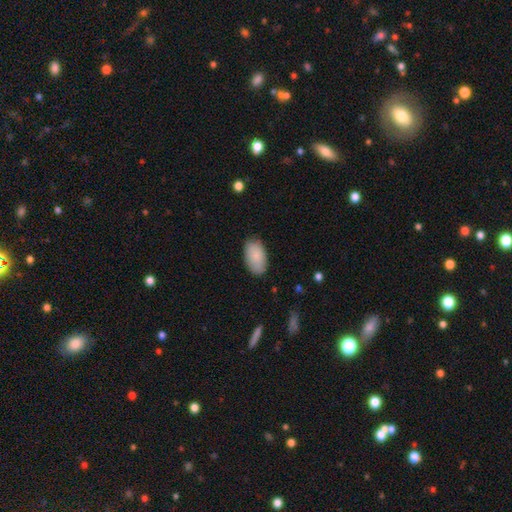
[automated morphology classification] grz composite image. It shows a smooth galaxy with no disk features (87%) that is in between round and cigar-shaped (95%). Merging: none (83%).